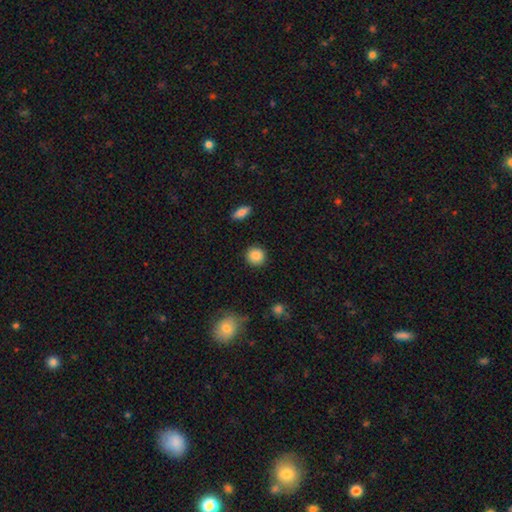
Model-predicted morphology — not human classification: Q: Smooth or featured?
A: smooth (88%); runner-up: star or artifact (8%)
Q: How rounded?
A: round (90%); runner-up: in between (9%)
Q: Merging?
A: none (90%); runner-up: minor disturbance (6%)